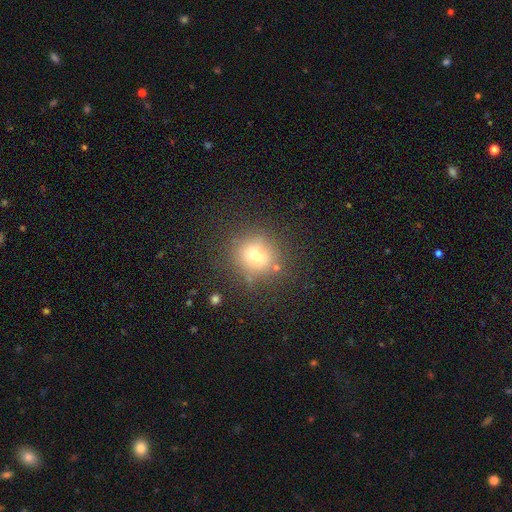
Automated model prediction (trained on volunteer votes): Smooth or featured? Predicted: smooth (p=0.69). How rounded? Predicted: round (p=0.85). Merging? Predicted: none (p=0.80).